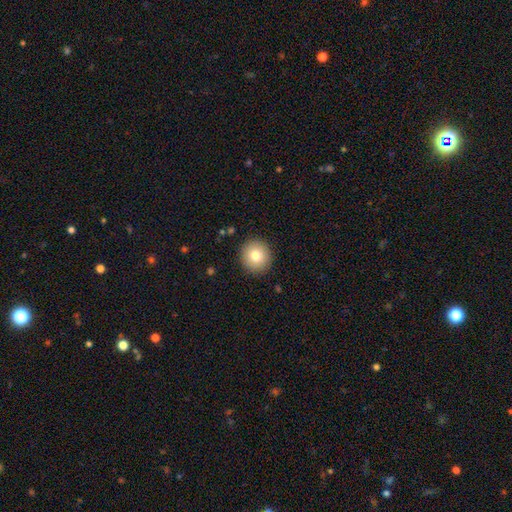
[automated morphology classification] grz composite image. It shows a smooth galaxy with no disk features (80%) that is round (93%). Merging: none (91%).